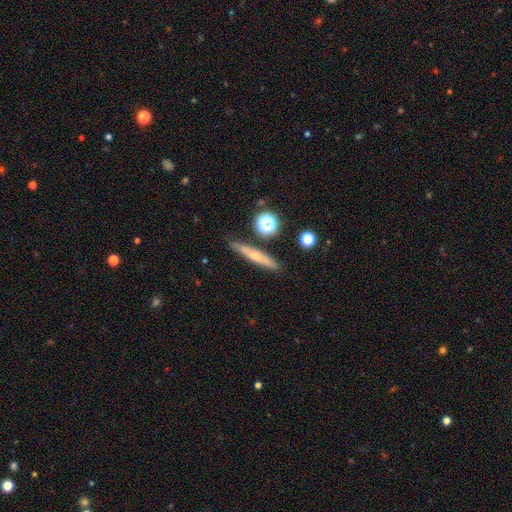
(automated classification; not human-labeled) Smooth or featured? Predicted: smooth (p=0.45, tied with featured or disk). Merging? Predicted: none (p=0.83).